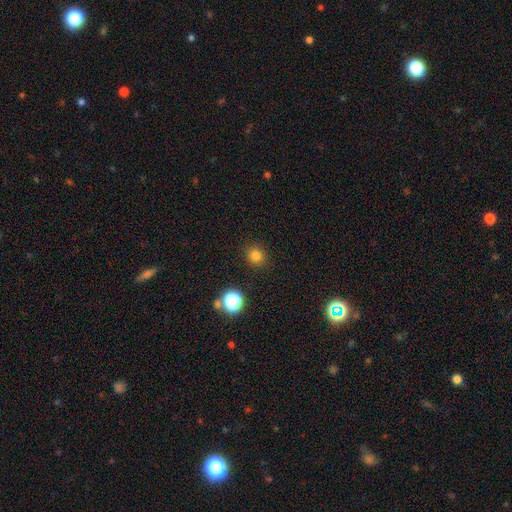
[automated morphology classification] A smooth galaxy with no disk features (78%) that is round (89%). Merging: none (90%).